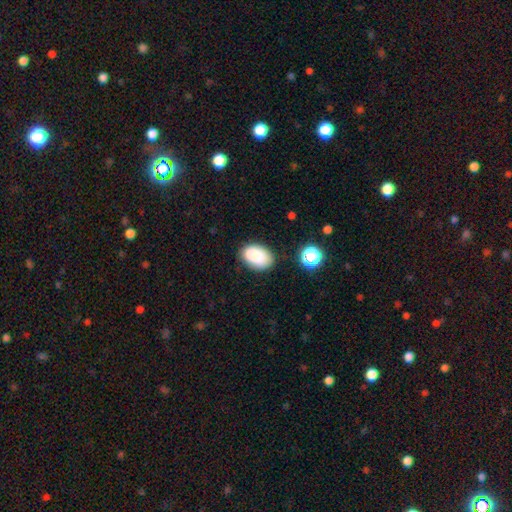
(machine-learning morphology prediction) Smooth or featured? Predicted: smooth (p=0.86). How rounded? Predicted: in between (p=0.87). Merging? Predicted: none (p=0.76).